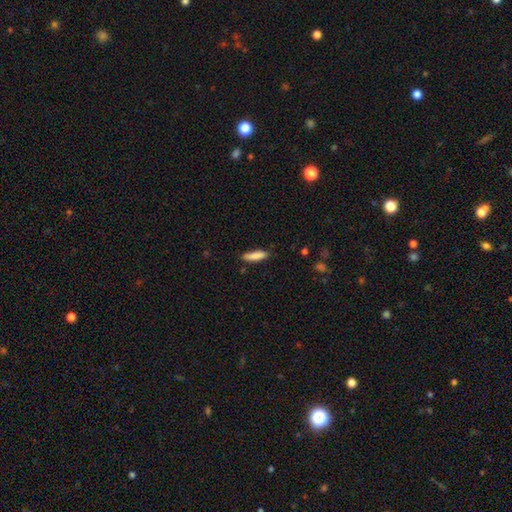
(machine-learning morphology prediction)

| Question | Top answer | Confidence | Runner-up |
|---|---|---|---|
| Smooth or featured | smooth | 86% | featured or disk (8%) |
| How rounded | cigar-shaped | 73% | in between (26%) |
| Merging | none | 84% | minor disturbance (12%) |